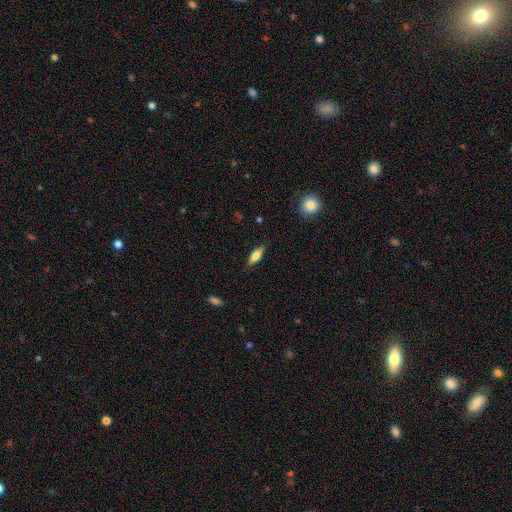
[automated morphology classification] This is likely a smooth galaxy (65%). How rounded: likely in between (60%). Merging: clearly none (85%).